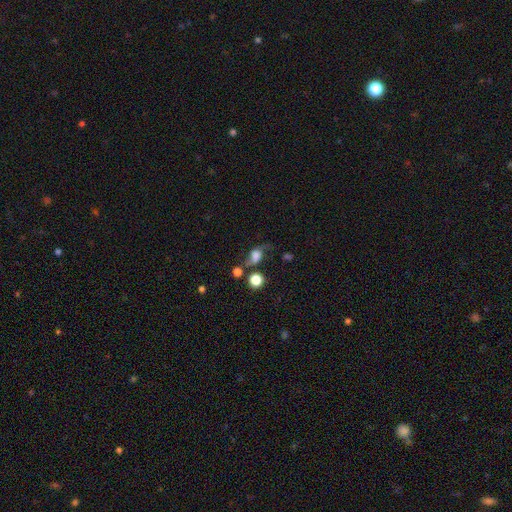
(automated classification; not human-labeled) This is possibly a smooth galaxy (45%). Merging: possibly none (47%).